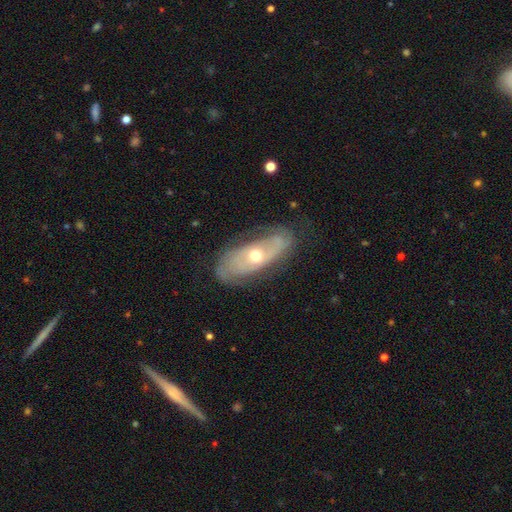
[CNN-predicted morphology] Q: Smooth or featured?
A: featured or disk (71%); runner-up: smooth (22%)
Q: Edge-on disk?
A: no (83%); runner-up: yes (17%)
Q: Bar?
A: no (80%); runner-up: weak (15%)
Q: Spiral arms?
A: yes (70%); runner-up: no (30%)
Q: Bulge size?
A: moderate (69%); runner-up: small (25%)
Q: Merging?
A: none (69%); runner-up: minor disturbance (21%)